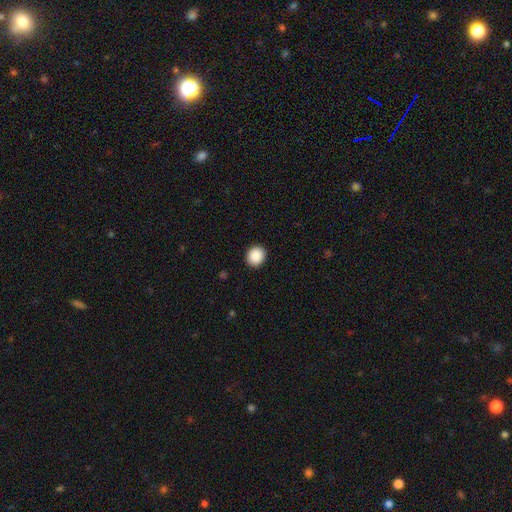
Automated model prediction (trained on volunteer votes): smooth-or-featured: smooth: 89% | star or artifact: 8% | featured or disk: 3%
  how-rounded: round: 77% | in between: 22% | cigar-shaped: 1%
  merging: none: 91% | minor disturbance: 6% | major disturbance: 2% | merger: 1%